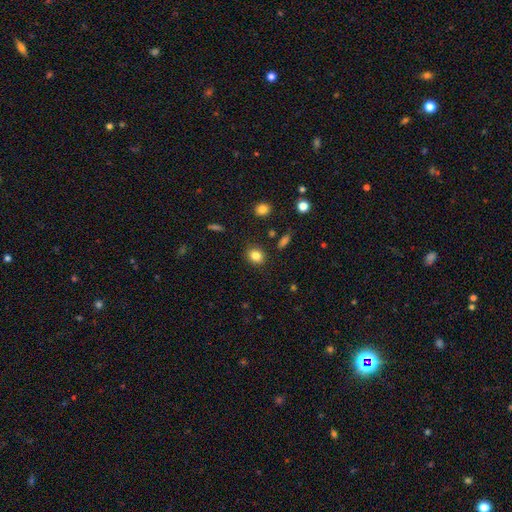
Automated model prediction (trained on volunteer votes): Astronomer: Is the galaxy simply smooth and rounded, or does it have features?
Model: smooth — 83%.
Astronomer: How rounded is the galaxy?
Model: round — 63%.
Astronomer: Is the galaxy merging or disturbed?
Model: none — 87%.